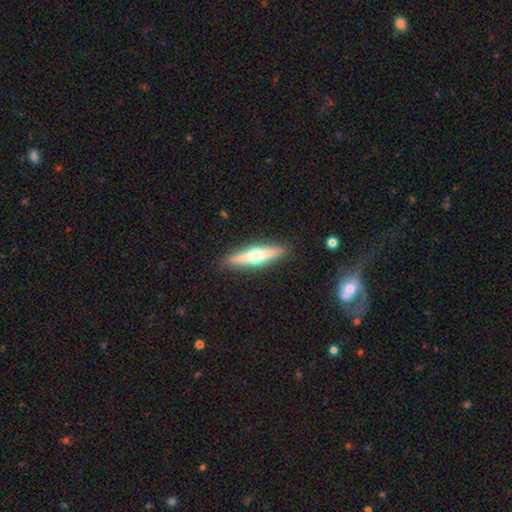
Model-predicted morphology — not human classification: The model was most divided on "smooth or featured": featured or disk: 62%, smooth: 32%, star or artifact: 6%. More confident: edge-on bulge — rounded (95%); edge-on disk — yes (95%); merging — none (90%).